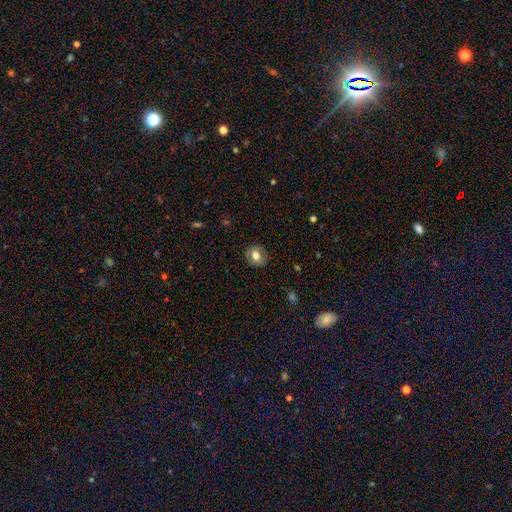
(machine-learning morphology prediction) Smooth or featured? smooth (68%)
How rounded? round (61%)
Merging? none (83%)